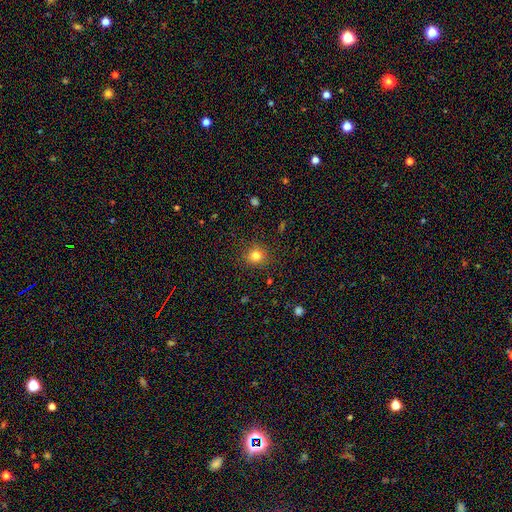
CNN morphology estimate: This is clearly a smooth galaxy (80%). How rounded: clearly round (86%). Merging: clearly none (88%).